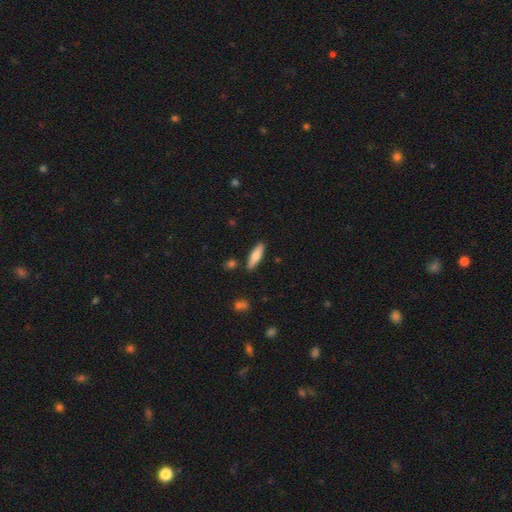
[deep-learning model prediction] Morphology: type=smooth (64%); roundness=cigar-shaped (63%); merging=none (87%).